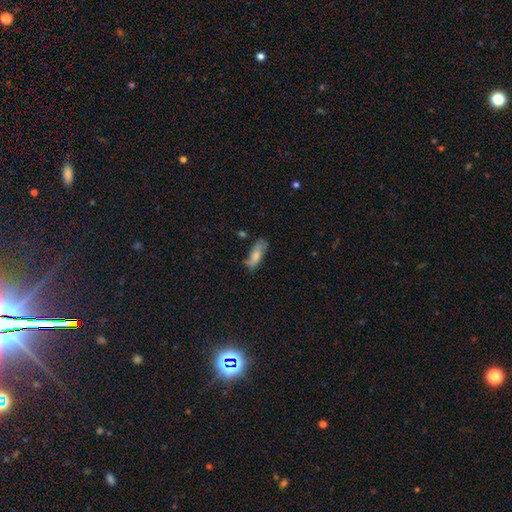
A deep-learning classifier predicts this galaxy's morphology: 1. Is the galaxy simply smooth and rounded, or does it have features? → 68% smooth, 24% featured or disk, 8% star or artifact.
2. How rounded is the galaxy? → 69% in between, 28% cigar-shaped, 2% round.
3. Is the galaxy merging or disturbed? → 56% none, 29% minor disturbance, 10% major disturbance, 5% merger.